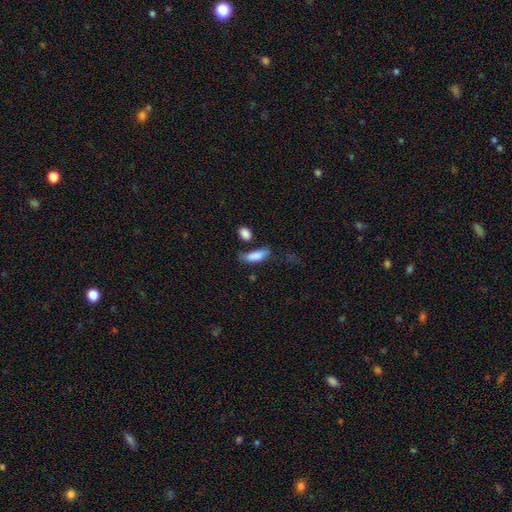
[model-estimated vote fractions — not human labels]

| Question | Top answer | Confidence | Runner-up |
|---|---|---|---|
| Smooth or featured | smooth | 83% | featured or disk (10%) |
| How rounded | in between | 66% | cigar-shaped (30%) |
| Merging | none | 52% | minor disturbance (25%) |